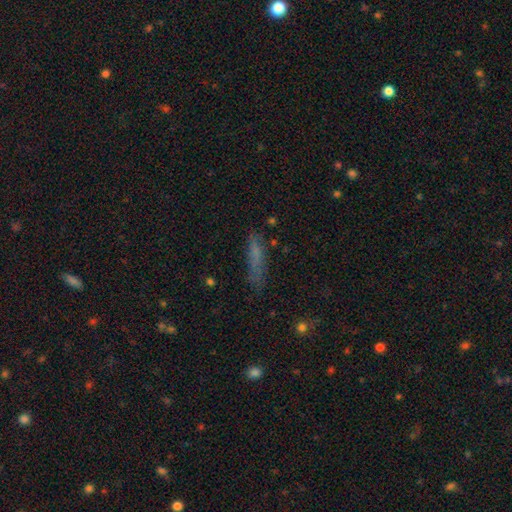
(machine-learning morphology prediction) Smooth or featured?
  - smooth: 66% *
  - featured or disk: 21%
  - star or artifact: 13%
How rounded?
  - cigar-shaped: 80% *
  - in between: 17%
  - round: 2%
Merging?
  - none: 61% *
  - minor disturbance: 24%
  - major disturbance: 11%
  - merger: 4%